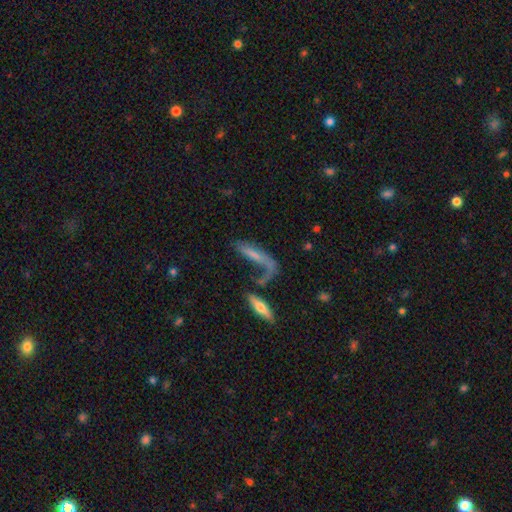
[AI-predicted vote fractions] A smooth galaxy with no disk features (48%).

Vote fractions:
- Smooth or featured? smooth: 48% / featured or disk: 41% / star or artifact: 11%
- Merging? none: 33% / merger: 27% / major disturbance: 26% / minor disturbance: 15%